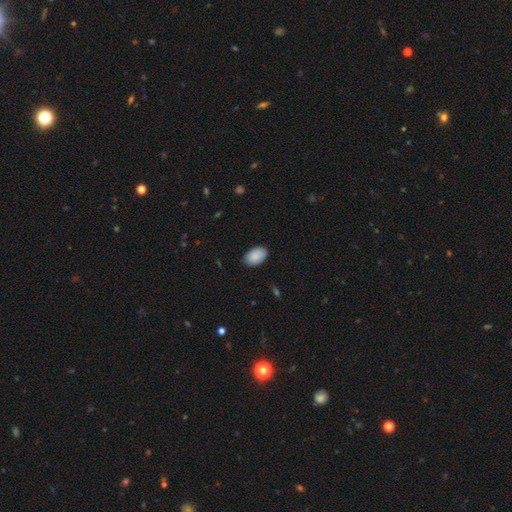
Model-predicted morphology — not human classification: smooth_or_featured: smooth (p=0.89) [alt: star or artifact p=0.06]
how_rounded: in between (p=0.92) [alt: round p=0.07]
merging: none (p=0.84) [alt: minor disturbance p=0.12]